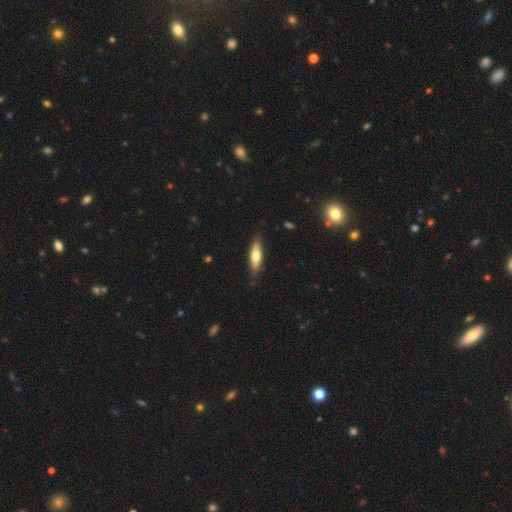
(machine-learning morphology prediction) type=smooth (59%); roundness=cigar-shaped (55%); merging=none (84%).